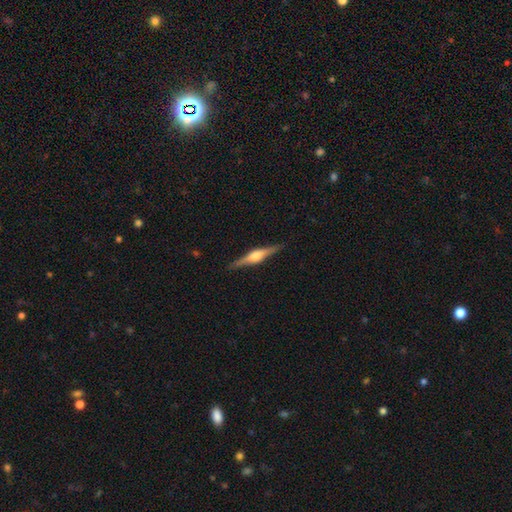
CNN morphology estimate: A featured or disk galaxy (78%) viewed edge-on (98%) with a rounded central bulge (87%). Merging: none (90%).